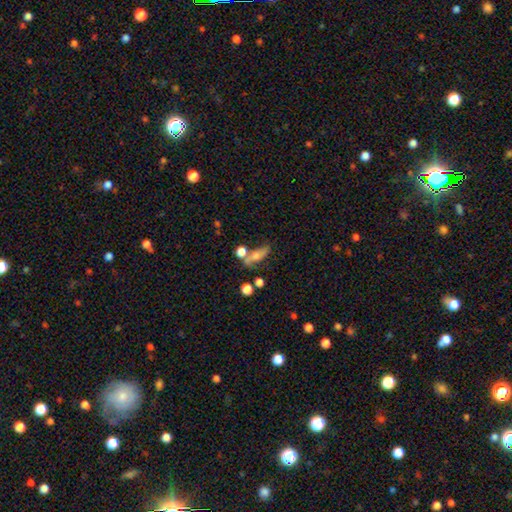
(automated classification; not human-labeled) Smooth or featured?
  - smooth: 47% *
  - featured or disk: 41%
  - star or artifact: 12%
Merging?
  - none: 51% *
  - merger: 23%
  - minor disturbance: 17%
  - major disturbance: 9%